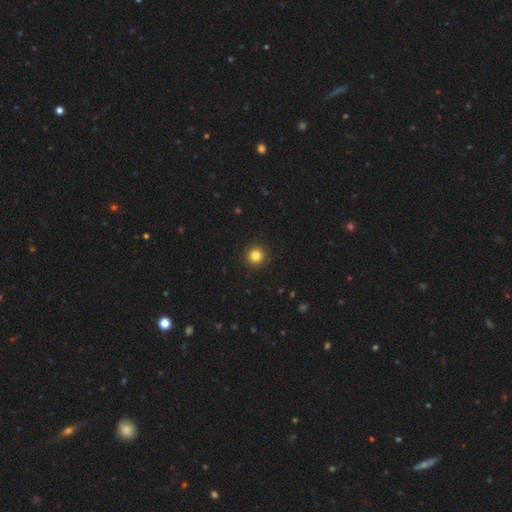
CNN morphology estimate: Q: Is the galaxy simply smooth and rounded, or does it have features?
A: smooth — 83%.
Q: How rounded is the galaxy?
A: round — 96%.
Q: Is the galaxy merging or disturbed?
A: none — 93%.